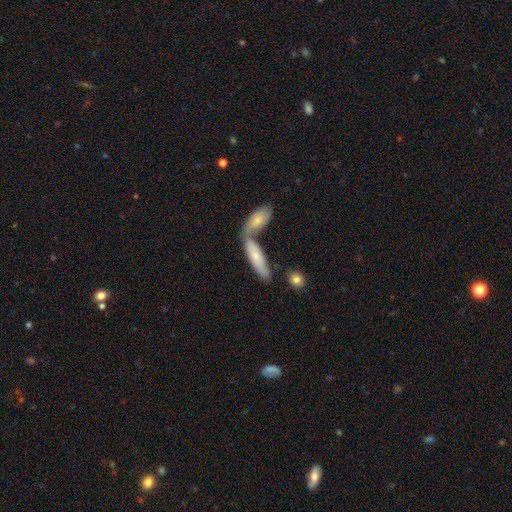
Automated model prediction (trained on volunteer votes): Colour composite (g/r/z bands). It shows a smooth galaxy with no disk features (69%) that is cigar-shaped (54%). Merging: merger (52%).